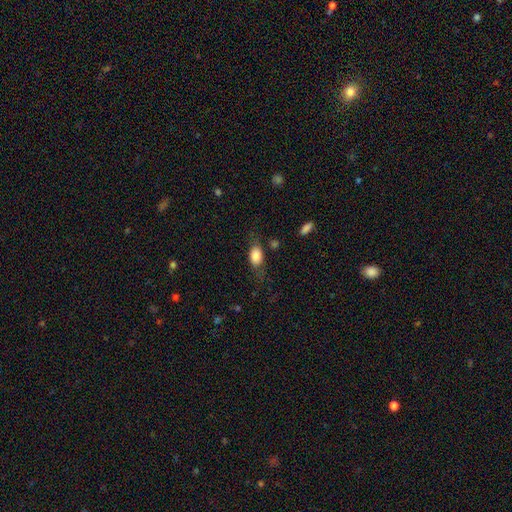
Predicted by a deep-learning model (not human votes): Smooth or featured: smooth — 78% (featured or disk — 14%)
How rounded: in between — 83% (round — 12%)
Merging: none — 64% (minor disturbance — 21%)